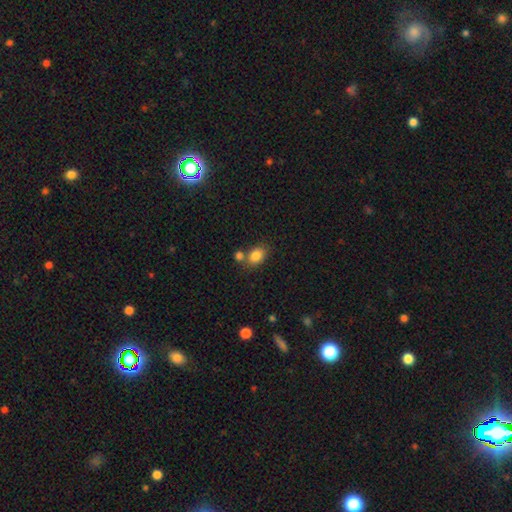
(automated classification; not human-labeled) smooth_or_featured: smooth (p=0.84) [alt: star or artifact p=0.09]
how_rounded: in between (p=0.70) [alt: round p=0.29]
merging: none (p=0.58) [alt: merger p=0.25]